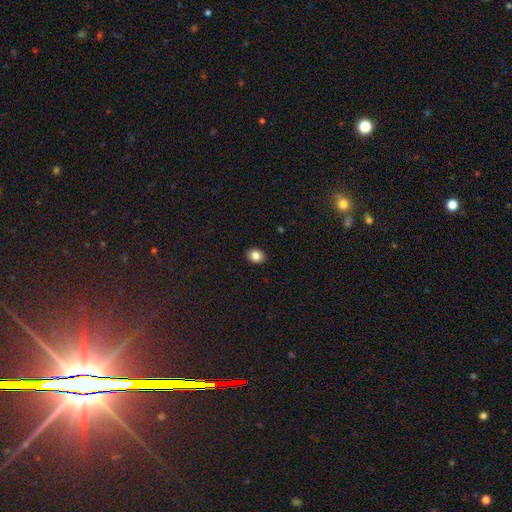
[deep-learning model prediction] smooth_or_featured: smooth (p=0.84) [alt: star or artifact p=0.10]
how_rounded: in between (p=0.60) [alt: round p=0.39]
merging: none (p=0.91) [alt: minor disturbance p=0.07]